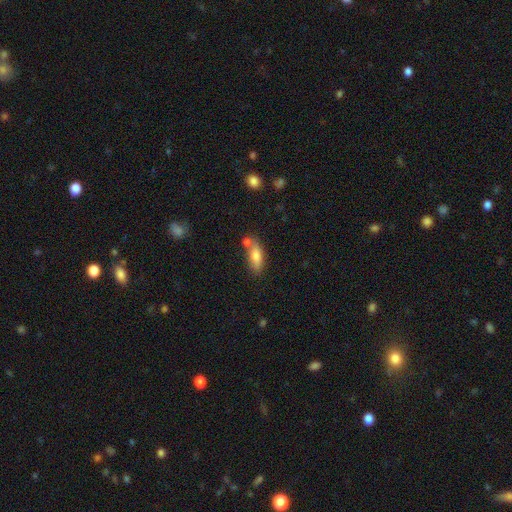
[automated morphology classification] Smooth or featured? smooth (74%)
How rounded? in between (65%)
Merging? none (62%)